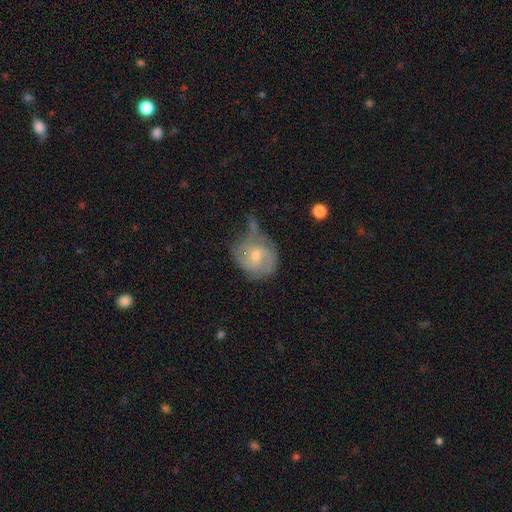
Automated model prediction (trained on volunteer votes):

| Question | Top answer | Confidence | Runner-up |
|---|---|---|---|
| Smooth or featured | featured or disk | 64% | smooth (28%) |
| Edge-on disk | no | 97% | yes (3%) |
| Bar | no | 65% | weak (30%) |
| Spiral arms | yes | 82% | no (18%) |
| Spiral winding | tight | 48% | medium (37%) |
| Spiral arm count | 2 | 45% | can't tell (30%) |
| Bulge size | small | 51% | moderate (45%) |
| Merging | none | 45% | minor disturbance (30%) |